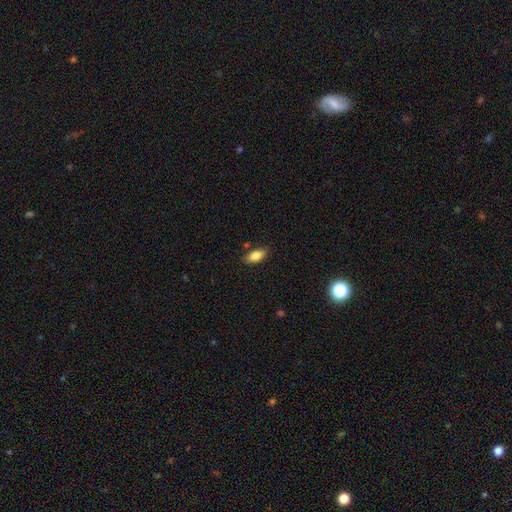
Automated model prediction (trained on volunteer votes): Q: Smooth or featured?
A: smooth (81%); runner-up: featured or disk (11%)
Q: How rounded?
A: in between (86%); runner-up: cigar-shaped (10%)
Q: Merging?
A: none (82%); runner-up: minor disturbance (13%)